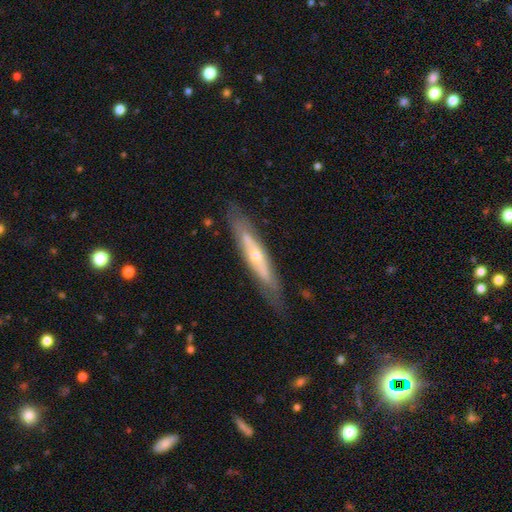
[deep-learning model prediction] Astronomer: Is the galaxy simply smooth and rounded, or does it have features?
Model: featured or disk — 66%.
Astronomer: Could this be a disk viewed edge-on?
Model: yes — 65%.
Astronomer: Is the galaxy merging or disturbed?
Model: none — 76%.